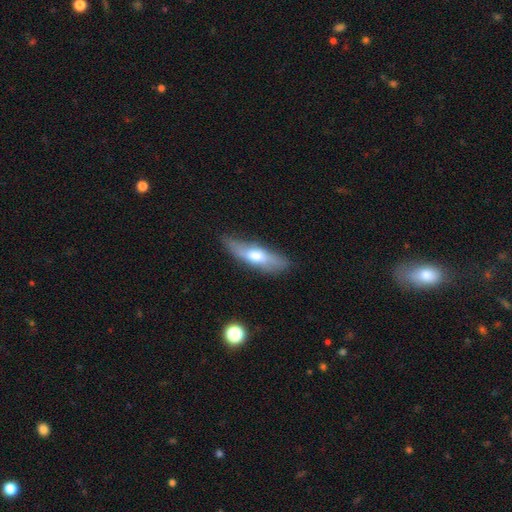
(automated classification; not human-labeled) This is possibly a smooth galaxy (54%). How rounded: possibly cigar-shaped (59%). Merging: likely none (70%).